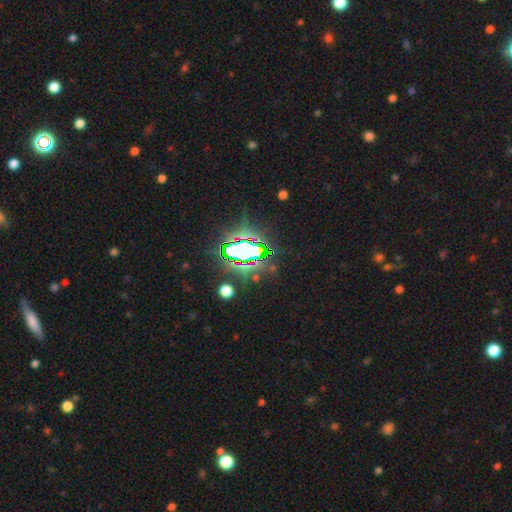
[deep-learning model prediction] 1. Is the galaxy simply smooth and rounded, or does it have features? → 83% star or artifact, 10% smooth, 7% featured or disk.